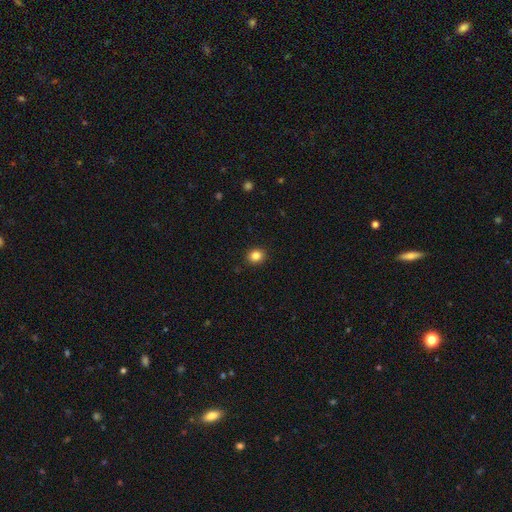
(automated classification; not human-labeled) smooth 84%, star or artifact 11%, featured or disk 5%. Down the decision tree: how rounded — round (74%); merging — none (92%).